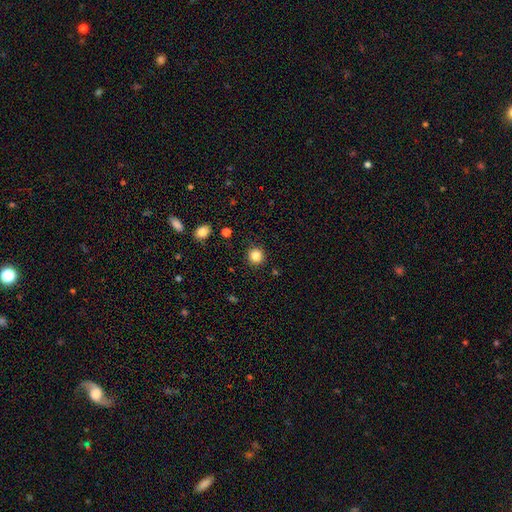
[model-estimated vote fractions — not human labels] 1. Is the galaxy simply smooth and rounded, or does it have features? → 84% smooth, 11% star or artifact, 5% featured or disk.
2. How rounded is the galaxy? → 92% round, 7% in between, 1% cigar-shaped.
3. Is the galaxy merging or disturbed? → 90% none, 7% minor disturbance, 2% major disturbance, 1% merger.